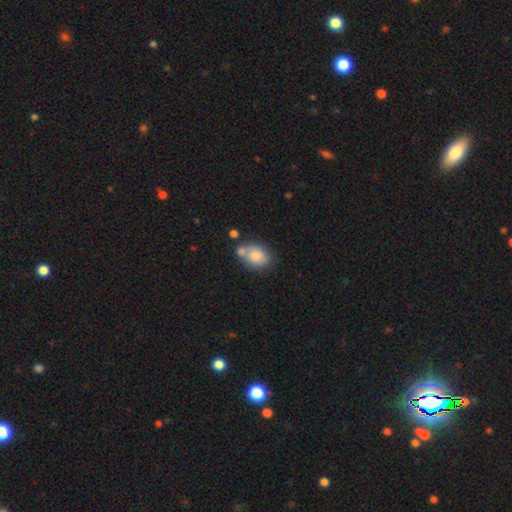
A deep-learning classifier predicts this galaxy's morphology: smooth-or-featured: smooth: 79% | featured or disk: 13% | star or artifact: 8%
  how-rounded: in between: 73% | round: 25% | cigar-shaped: 1%
  merging: none: 49% | merger: 29% | minor disturbance: 16% | major disturbance: 5%